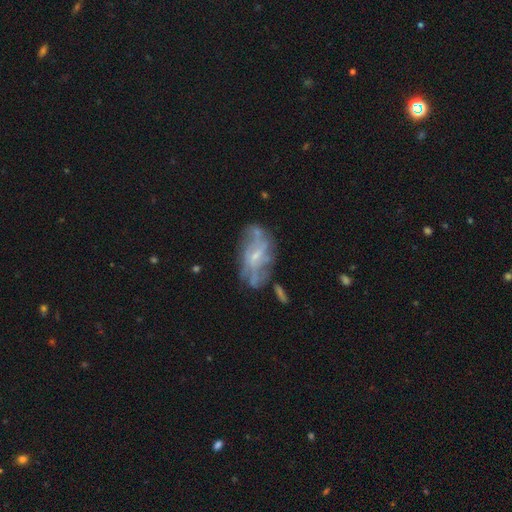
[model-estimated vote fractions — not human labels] This appears to be a featured or disk galaxy (70%) with no bar (52%), spiral arms (58%) and a small central bulge (65%). Merging: none (50%).